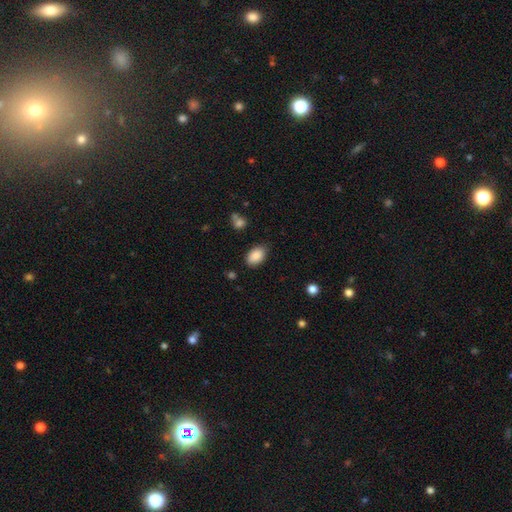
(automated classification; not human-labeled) Smooth or featured? smooth (88%)
How rounded? in between (90%)
Merging? none (82%)